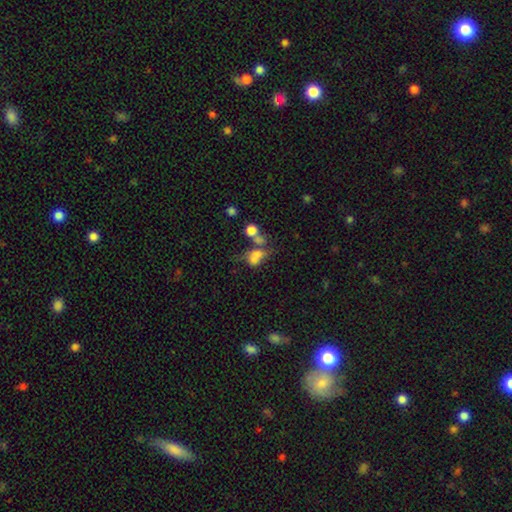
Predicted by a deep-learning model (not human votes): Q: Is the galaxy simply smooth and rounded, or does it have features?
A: smooth — 59%.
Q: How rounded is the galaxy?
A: in between — 65%.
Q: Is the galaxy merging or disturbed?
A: merger — 48%.